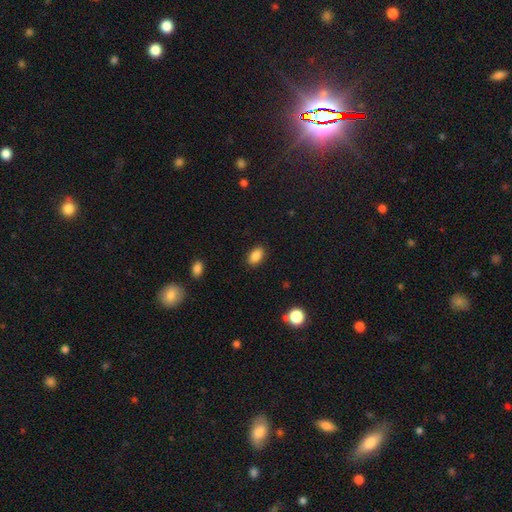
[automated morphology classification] smooth 87%, star or artifact 9%, featured or disk 5%. Down the decision tree: how rounded — in between (90%); merging — none (88%).